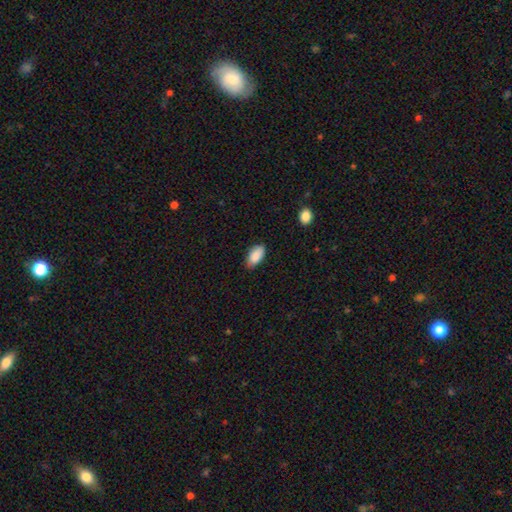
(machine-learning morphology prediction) A smooth galaxy with no disk features (88%) that is in between round and cigar-shaped (94%).

Vote fractions:
- Smooth or featured? smooth: 88% / star or artifact: 7% / featured or disk: 5%
- How rounded? in between: 94% / cigar-shaped: 4% / round: 3%
- Merging? none: 82% / minor disturbance: 15% / major disturbance: 2% / merger: 1%